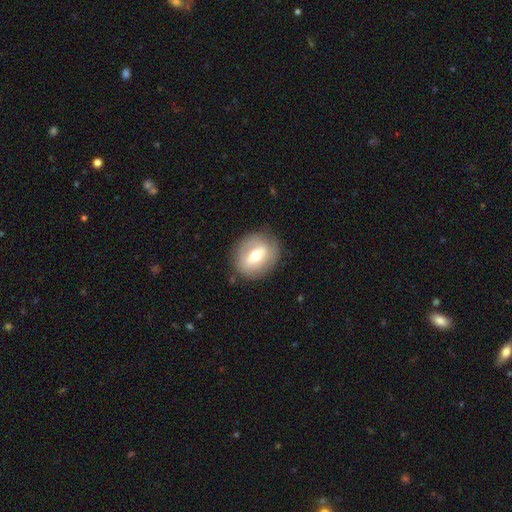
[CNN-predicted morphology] A featured or disk galaxy (48%).

Vote fractions:
- Smooth or featured? featured or disk: 48% / smooth: 45% / star or artifact: 7%
- Merging? none: 82% / minor disturbance: 12% / major disturbance: 4% / merger: 1%